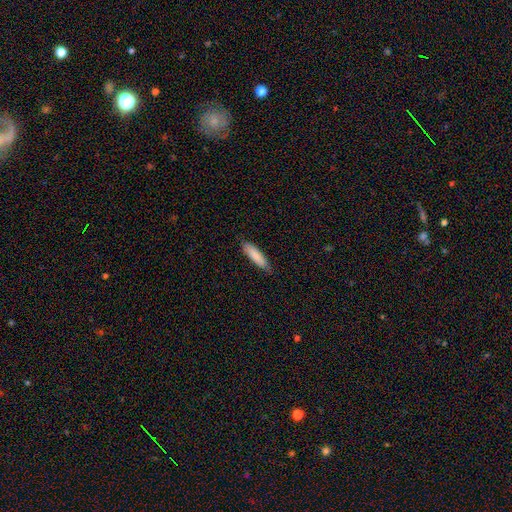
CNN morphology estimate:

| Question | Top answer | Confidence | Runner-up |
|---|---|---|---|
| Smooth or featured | smooth | 86% | featured or disk (8%) |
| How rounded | cigar-shaped | 70% | in between (29%) |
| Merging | none | 85% | minor disturbance (12%) |